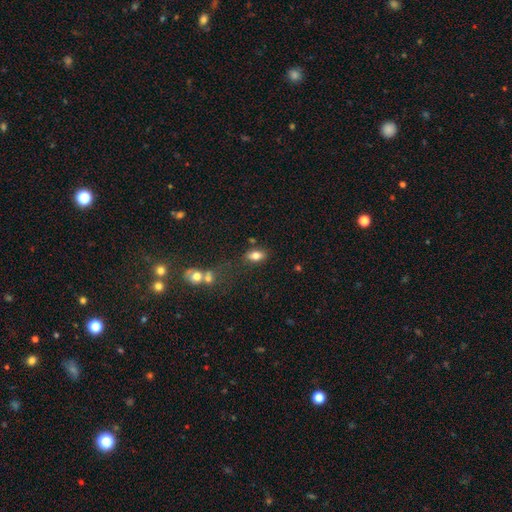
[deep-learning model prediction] This is likely a smooth galaxy (79%). How rounded: clearly in between (87%). Merging: likely none (73%).